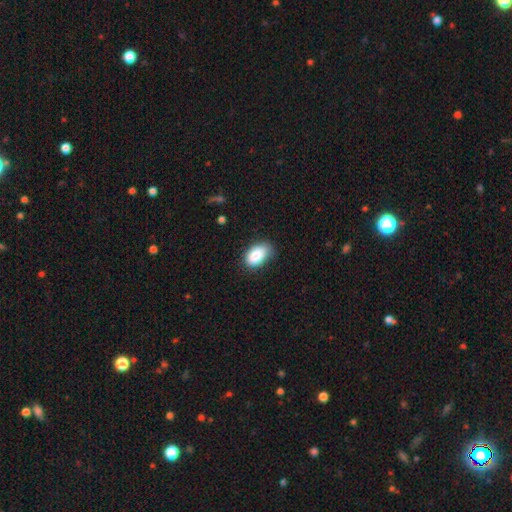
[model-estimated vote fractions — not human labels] This appears to be a smooth galaxy with no disk features (85%) that is in between round and cigar-shaped (90%). Merging: none (69%).